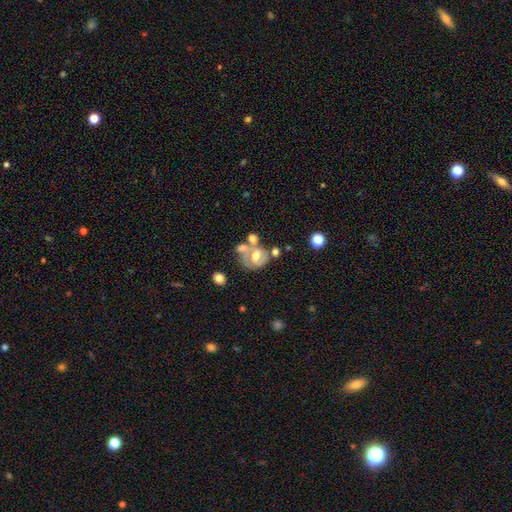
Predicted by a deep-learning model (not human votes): A featured or disk galaxy (61%) with no bar (53%), no spiral arms (54%) and a moderate central bulge (67%). Merging: merger (36%).